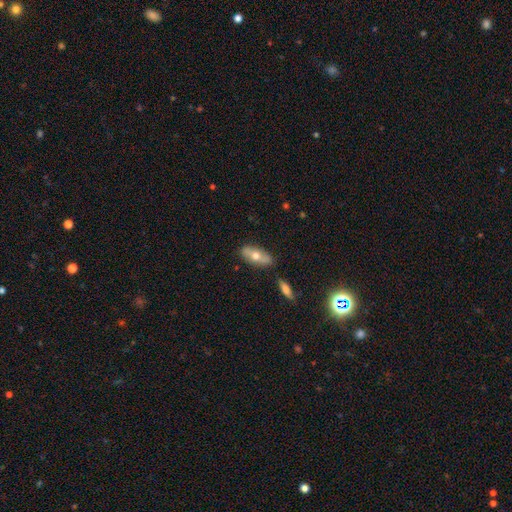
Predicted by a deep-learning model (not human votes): smooth 57%, featured or disk 37%, star or artifact 6%. Down the decision tree: how rounded — in between (77%); merging — none (80%).